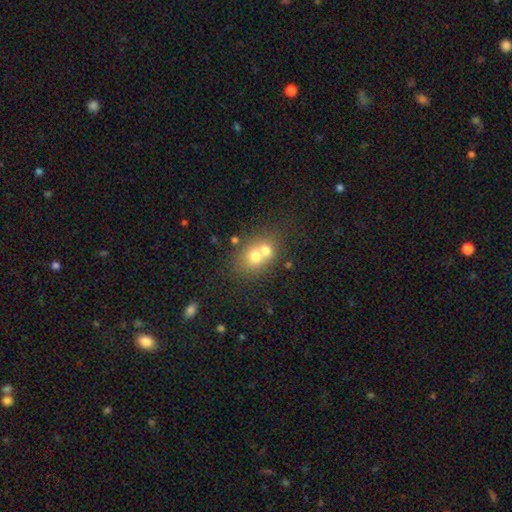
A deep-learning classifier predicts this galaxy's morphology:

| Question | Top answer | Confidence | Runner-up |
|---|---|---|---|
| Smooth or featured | smooth | 67% | featured or disk (21%) |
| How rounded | round | 66% | in between (33%) |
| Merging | merger | 62% | none (28%) |